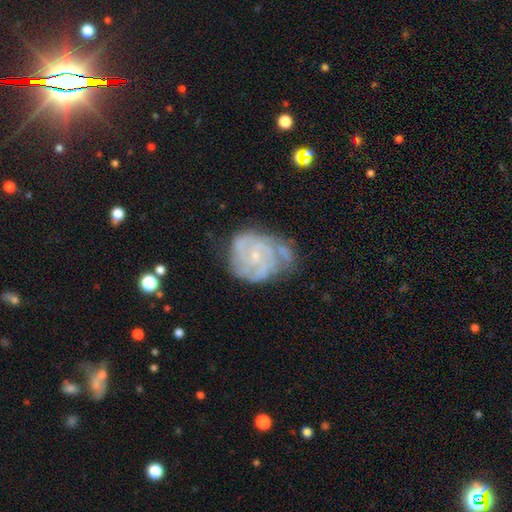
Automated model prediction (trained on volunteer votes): Smooth or featured? featured or disk (83%)
Edge-on disk? no (98%)
Bar? no (69%)
Spiral arms? yes (94%)
Spiral winding? tight (65%)
Spiral arm count? 3 (29%)
Bulge size? small (77%)
Merging? none (55%)